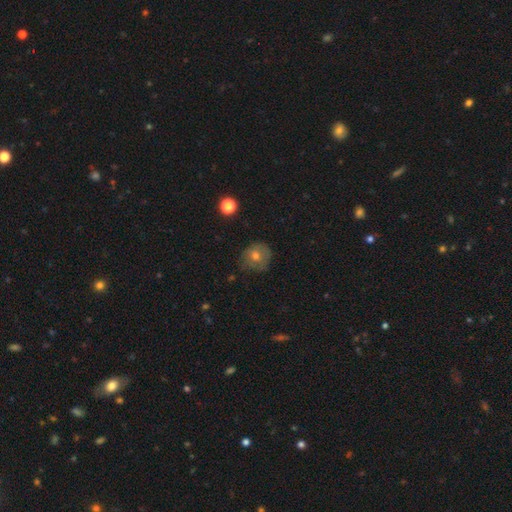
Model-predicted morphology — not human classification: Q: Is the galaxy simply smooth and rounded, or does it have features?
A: smooth — 60%.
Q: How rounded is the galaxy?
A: round — 83%.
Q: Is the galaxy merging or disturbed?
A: none — 66%.